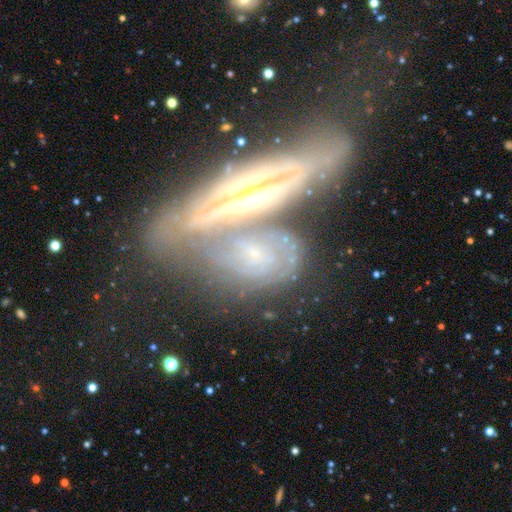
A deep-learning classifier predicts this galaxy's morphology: Smooth or featured? featured or disk (75%)
Edge-on disk? no (54%)
Merging? merger (36%)